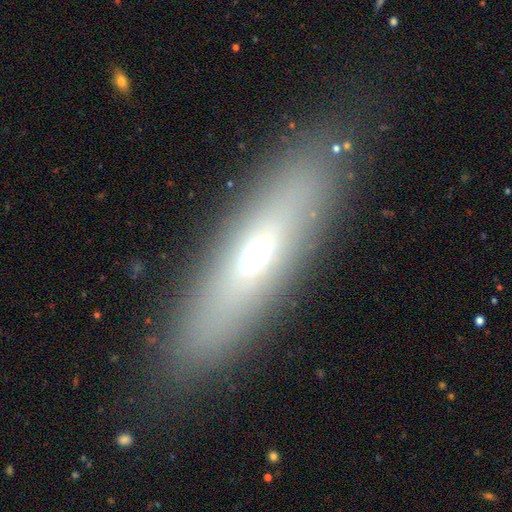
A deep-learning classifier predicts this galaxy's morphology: type=smooth (53%); roundness=cigar-shaped (59%); merging=none (85%).